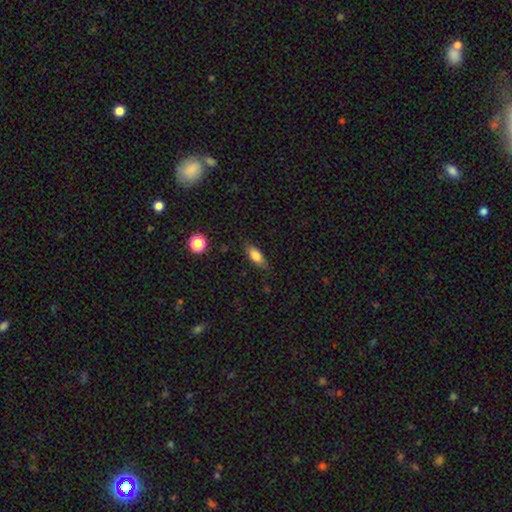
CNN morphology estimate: smooth_or_featured: smooth (p=0.79) [alt: featured or disk p=0.13]
how_rounded: in between (p=0.73) [alt: cigar-shaped p=0.23]
merging: none (p=0.82) [alt: minor disturbance p=0.14]